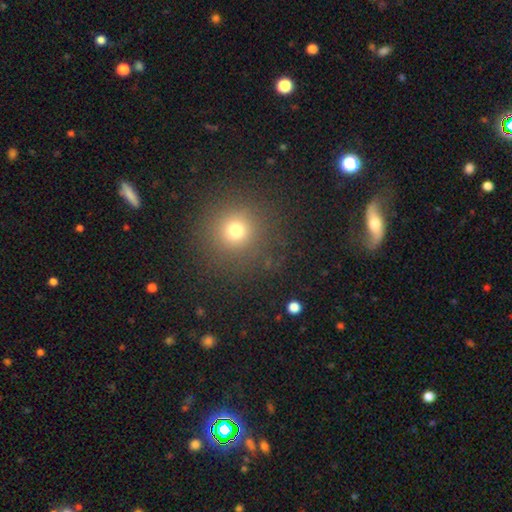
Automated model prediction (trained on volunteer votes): Smooth or featured? Predicted: smooth (p=0.53). How rounded? Predicted: round (p=0.94). Merging? Predicted: none (p=0.88).